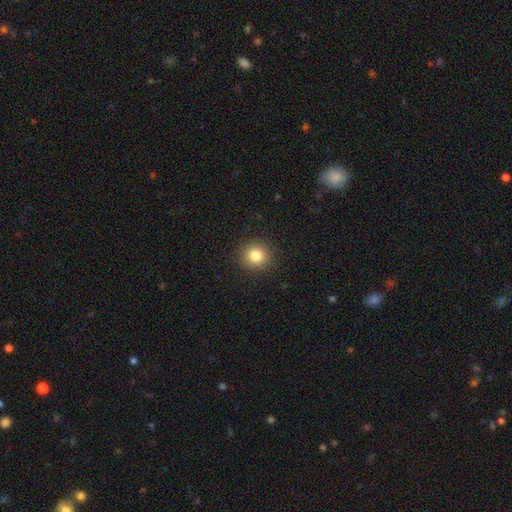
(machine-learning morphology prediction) Smooth or featured? Predicted: smooth (p=0.83). How rounded? Predicted: round (p=0.90). Merging? Predicted: none (p=0.91).